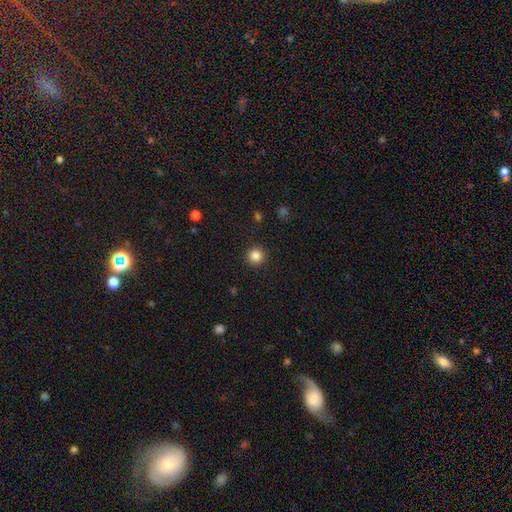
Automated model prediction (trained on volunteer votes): Smooth or featured? smooth (84%)
How rounded? round (95%)
Merging? none (93%)